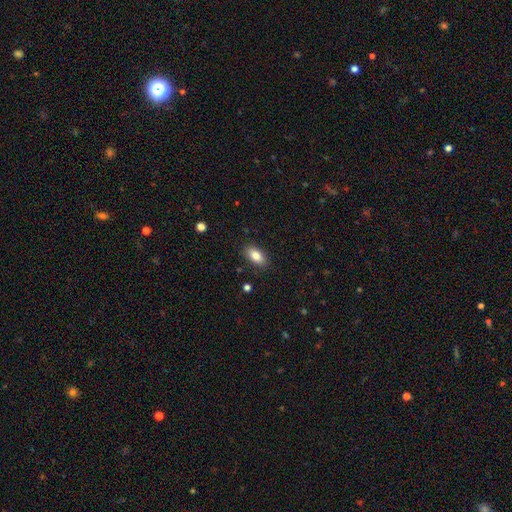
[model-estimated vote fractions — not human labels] Smooth or featured? smooth (84%)
How rounded? in between (91%)
Merging? none (87%)